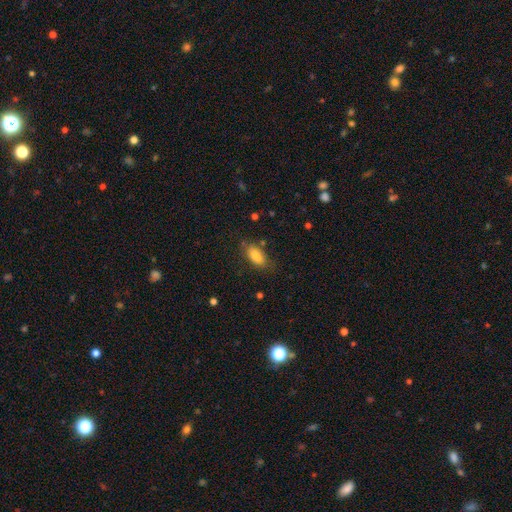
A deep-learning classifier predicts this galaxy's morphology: Smooth or featured? Predicted: smooth (p=0.82). How rounded? Predicted: in between (p=0.88). Merging? Predicted: none (p=0.76).